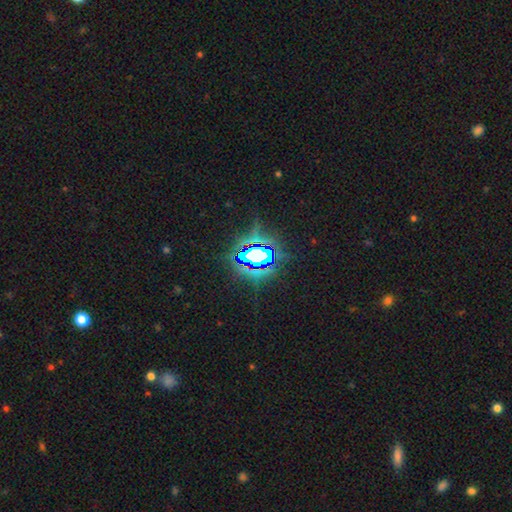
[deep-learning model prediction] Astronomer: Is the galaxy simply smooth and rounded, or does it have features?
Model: star or artifact — 77%.